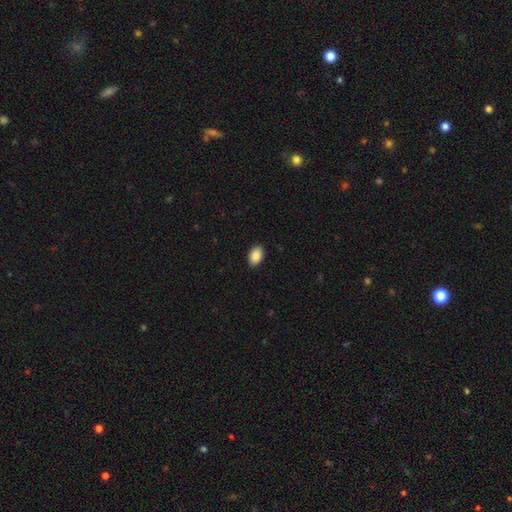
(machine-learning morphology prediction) Smooth or featured?
  - smooth: 89% *
  - star or artifact: 7%
  - featured or disk: 4%
How rounded?
  - in between: 90% *
  - round: 9%
  - cigar-shaped: 1%
Merging?
  - none: 89% *
  - minor disturbance: 8%
  - major disturbance: 2%
  - merger: 1%